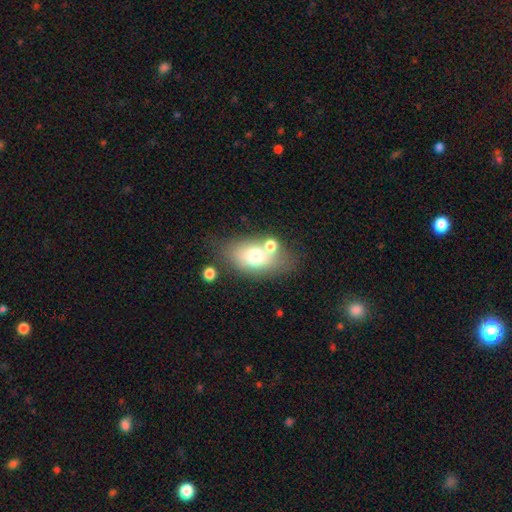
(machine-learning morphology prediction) This appears to be a smooth galaxy with no disk features (68%) that is in between round and cigar-shaped (80%). Merging: none (52%).